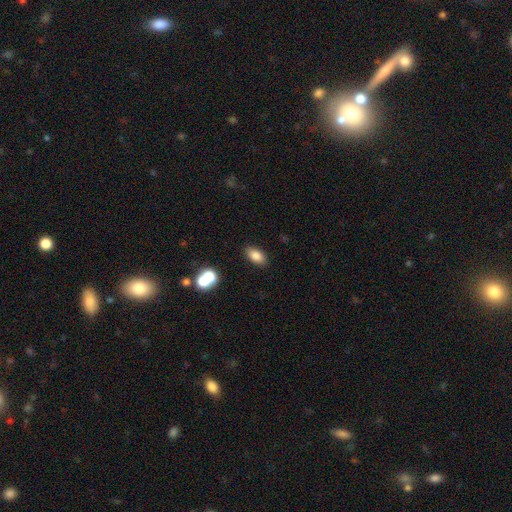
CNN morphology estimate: A smooth galaxy with no disk features (83%) that is in between round and cigar-shaped (90%).

Vote fractions:
- Smooth or featured? smooth: 83% / star or artifact: 10% / featured or disk: 8%
- How rounded? in between: 90% / round: 7% / cigar-shaped: 3%
- Merging? none: 86% / minor disturbance: 8% / merger: 3% / major disturbance: 2%